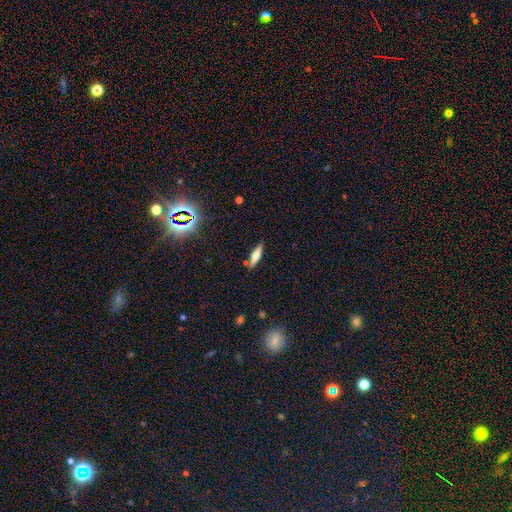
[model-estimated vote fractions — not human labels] Morphology: type=smooth (46%); merging=none (85%).